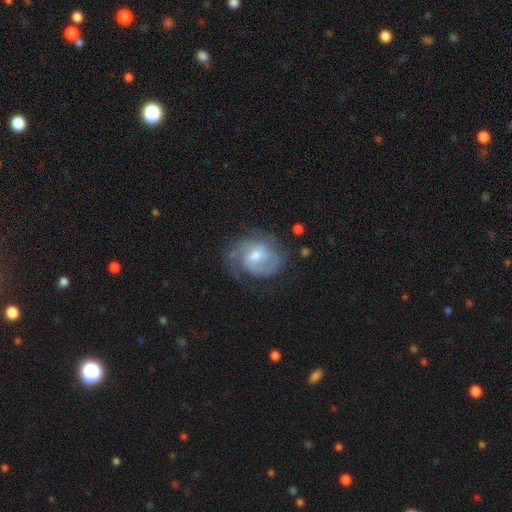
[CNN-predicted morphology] type=featured or disk (82%); edge-on=no (98%); bar=weak (52%); spiral arms=yes (94%); winding=tight (46%); arm count=2 (56%); bulge=moderate (63%); merging=none (64%).